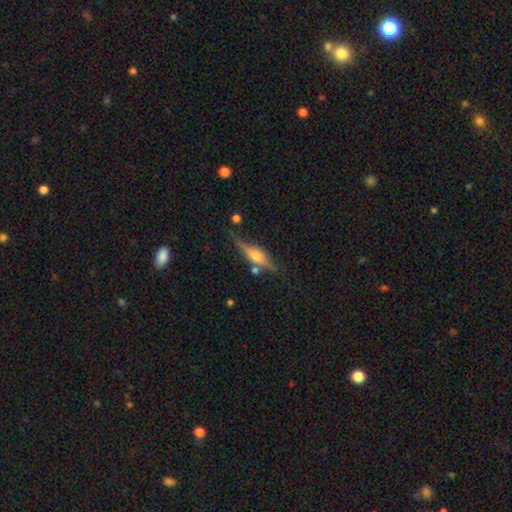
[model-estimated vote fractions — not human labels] Smooth or featured? Predicted: featured or disk (p=0.63). Edge-on disk? Predicted: yes (p=0.93). Edge-on bulge? Predicted: rounded (p=0.83). Merging? Predicted: none (p=0.69).